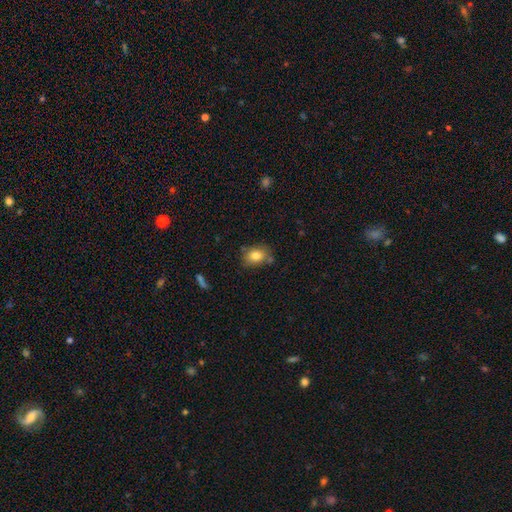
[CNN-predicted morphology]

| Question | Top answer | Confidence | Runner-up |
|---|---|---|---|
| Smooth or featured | smooth | 81% | featured or disk (10%) |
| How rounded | in between | 71% | round (28%) |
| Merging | none | 67% | minor disturbance (21%) |